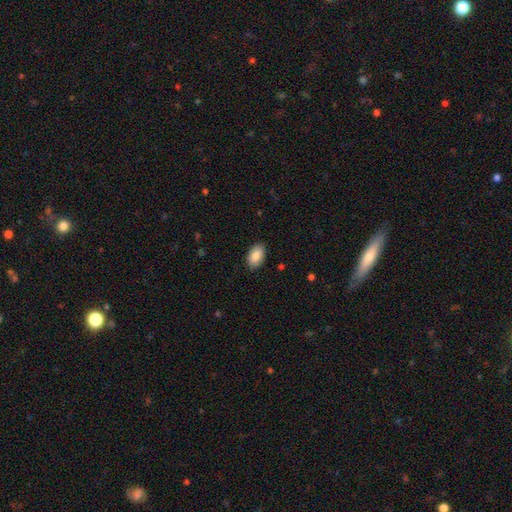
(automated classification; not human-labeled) smooth_or_featured: smooth (p=0.85) [alt: featured or disk p=0.08]
how_rounded: in between (p=0.92) [alt: round p=0.07]
merging: none (p=0.88) [alt: minor disturbance p=0.10]